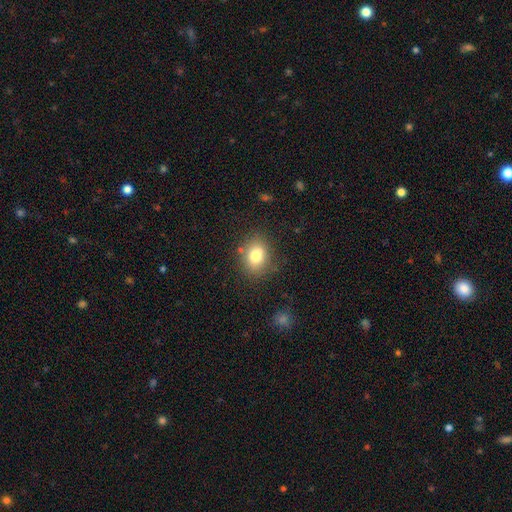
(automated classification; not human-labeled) This is likely a smooth galaxy (78%). How rounded: possibly round (55%). Merging: likely none (80%).